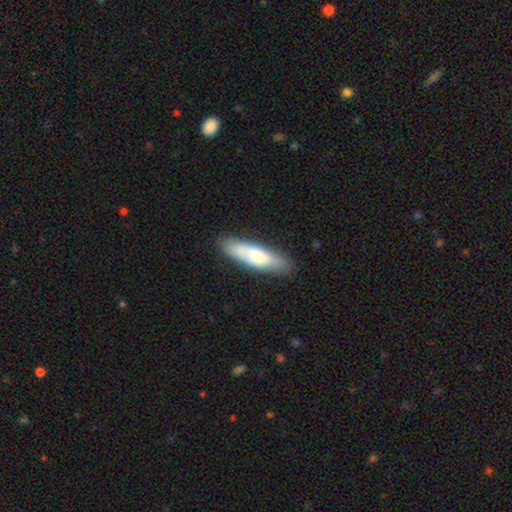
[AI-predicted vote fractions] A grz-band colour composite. It shows a smooth galaxy with no disk features (71%) that is cigar-shaped (65%). Merging: none (83%).